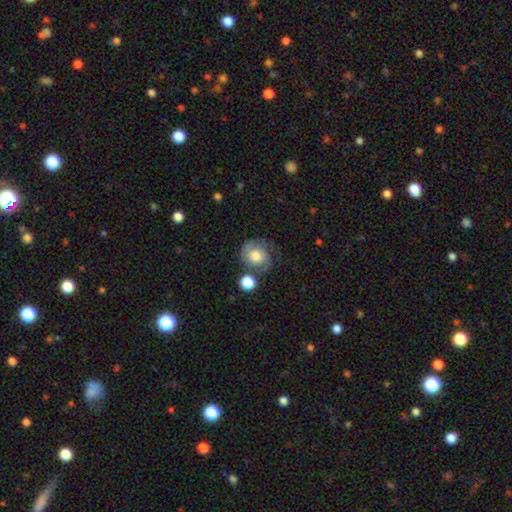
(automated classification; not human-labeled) Smooth or featured? featured or disk (47%)
Merging? none (57%)